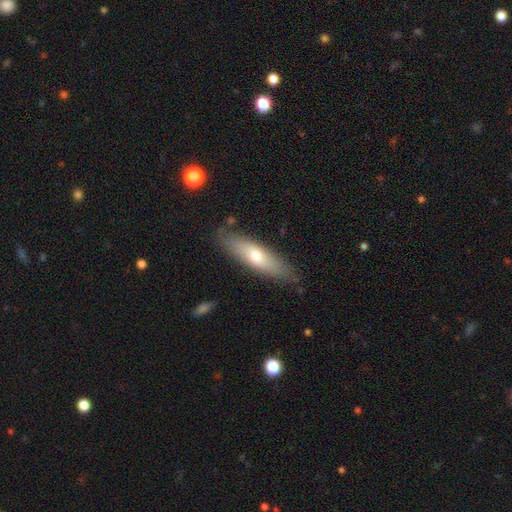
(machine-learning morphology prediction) This appears to be a smooth galaxy with no disk features (62%) that is cigar-shaped (60%). Merging: none (81%).